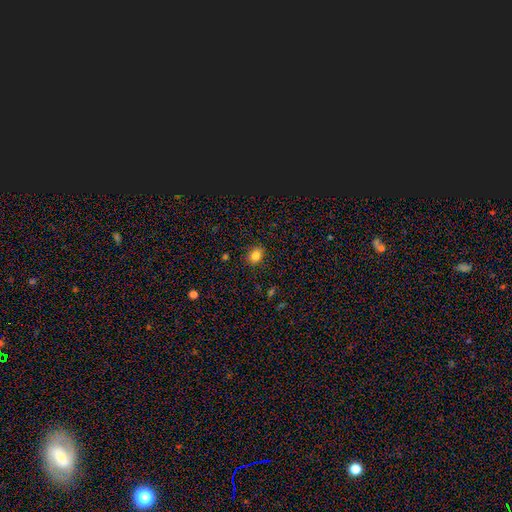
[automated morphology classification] The model was most divided on "how rounded": in between: 52%, round: 47%, cigar-shaped: 1%. More confident: merging — none (87%); smooth or featured — smooth (82%).